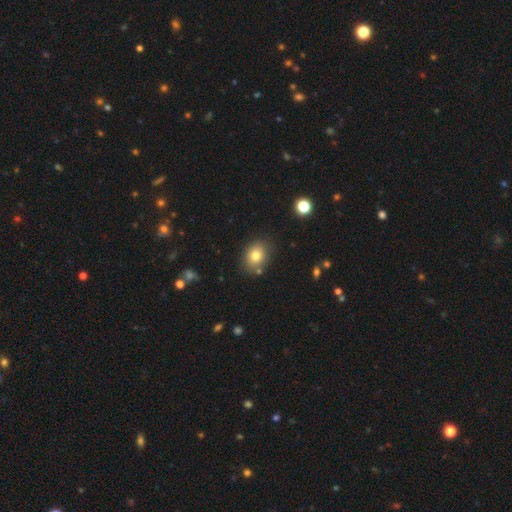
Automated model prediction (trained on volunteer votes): A smooth galaxy with no disk features (77%) that is round (52%). Merging: none (80%).